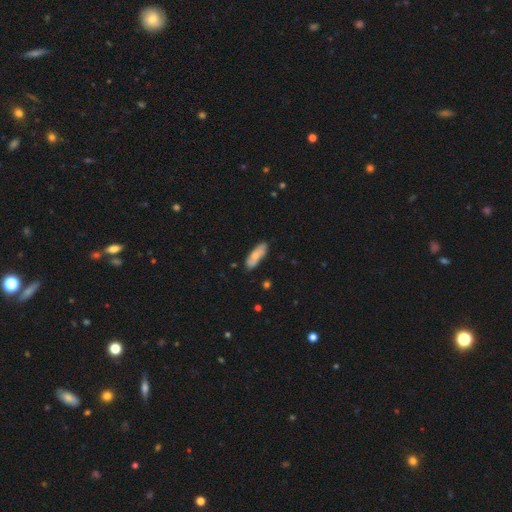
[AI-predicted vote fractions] Smooth or featured?
  - smooth: 69% *
  - featured or disk: 25%
  - star or artifact: 6%
How rounded?
  - in between: 59% *
  - cigar-shaped: 39%
  - round: 2%
Merging?
  - none: 82% *
  - minor disturbance: 14%
  - major disturbance: 2%
  - merger: 2%